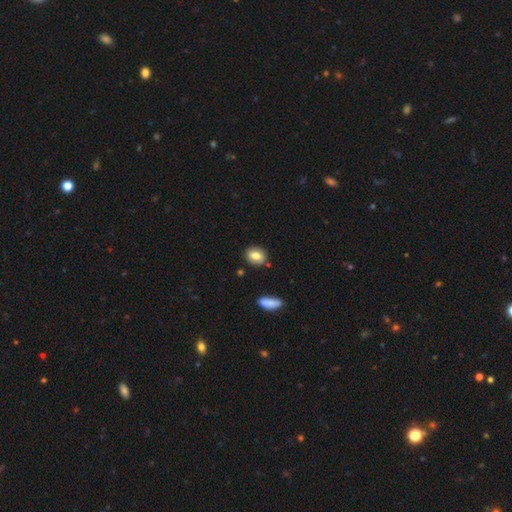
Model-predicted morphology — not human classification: smooth-or-featured: smooth: 78% | featured or disk: 14% | star or artifact: 8%
  how-rounded: in between: 59% | round: 39% | cigar-shaped: 2%
  merging: none: 81% | minor disturbance: 12% | merger: 4% | major disturbance: 3%